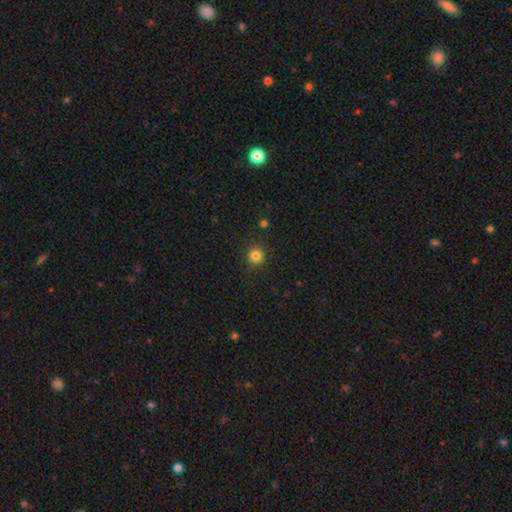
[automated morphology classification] Smooth or featured? Predicted: smooth (p=0.83). How rounded? Predicted: round (p=0.93). Merging? Predicted: none (p=0.91).